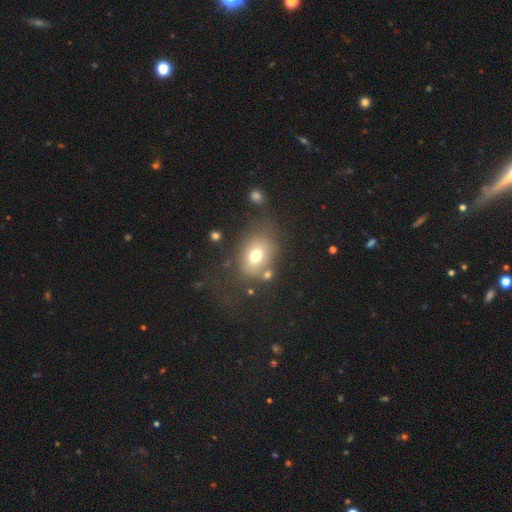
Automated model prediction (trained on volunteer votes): Smooth or featured? smooth (71%)
How rounded? in between (62%)
Merging? none (59%)